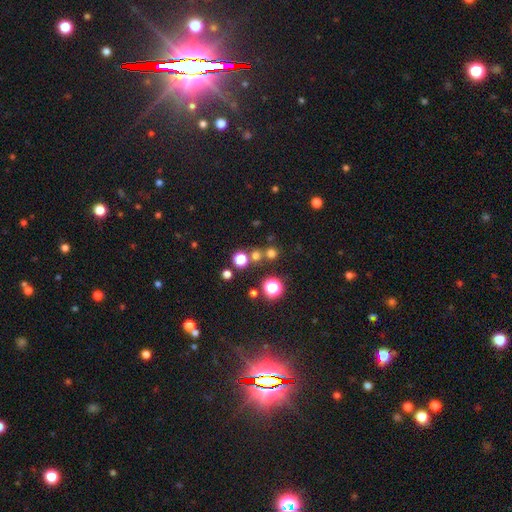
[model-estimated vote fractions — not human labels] The model was most divided on "smooth or featured": smooth: 61%, star or artifact: 31%, featured or disk: 7%. More confident: how rounded — round (92%); merging — none (70%).